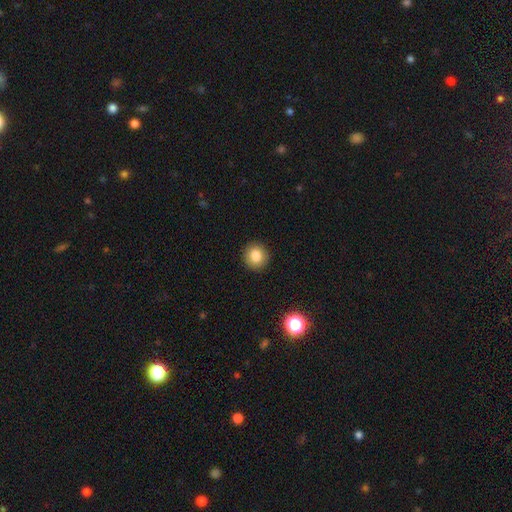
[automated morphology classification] Smooth or featured? smooth (83%)
How rounded? round (90%)
Merging? none (92%)